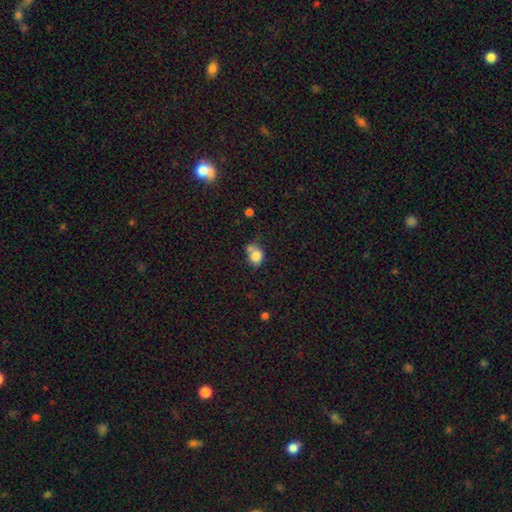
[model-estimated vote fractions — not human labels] Smooth or featured?
  - smooth: 81% *
  - star or artifact: 10%
  - featured or disk: 9%
How rounded?
  - round: 59% *
  - in between: 40%
  - cigar-shaped: 1%
Merging?
  - none: 40% *
  - merger: 34%
  - minor disturbance: 19%
  - major disturbance: 7%